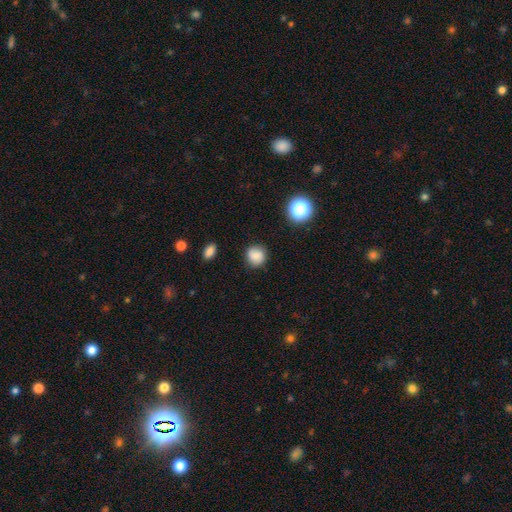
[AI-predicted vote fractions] Smooth or featured?
  - smooth: 81% *
  - star or artifact: 11%
  - featured or disk: 9%
How rounded?
  - round: 88% *
  - in between: 11%
  - cigar-shaped: 1%
Merging?
  - none: 85% *
  - minor disturbance: 11%
  - major disturbance: 3%
  - merger: 2%